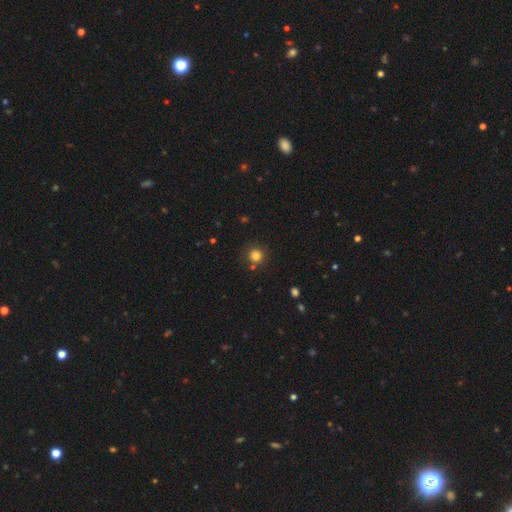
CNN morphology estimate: This appears to be a smooth galaxy with no disk features (82%) that is round (93%). Merging: none (83%).